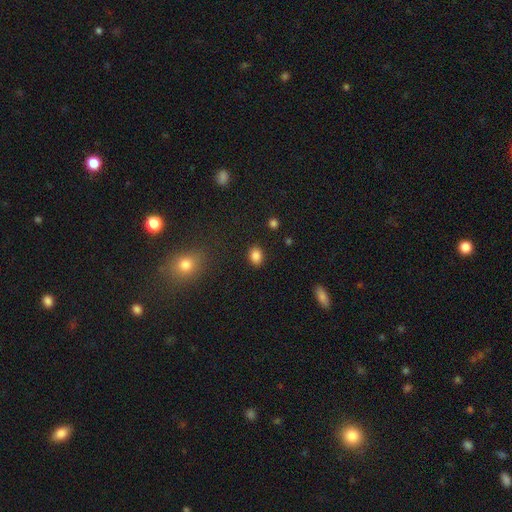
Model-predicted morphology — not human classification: The model was most divided on "how rounded": in between: 65%, round: 34%, cigar-shaped: 1%. More confident: merging — none (87%); smooth or featured — smooth (86%).